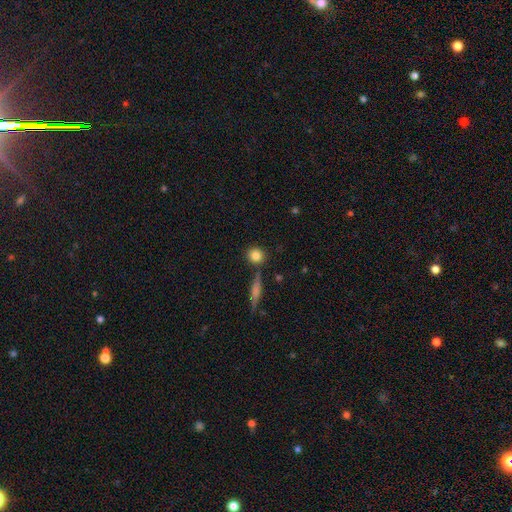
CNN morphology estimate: This appears to be a smooth galaxy with no disk features (82%) that is round (84%). Merging: none (78%).